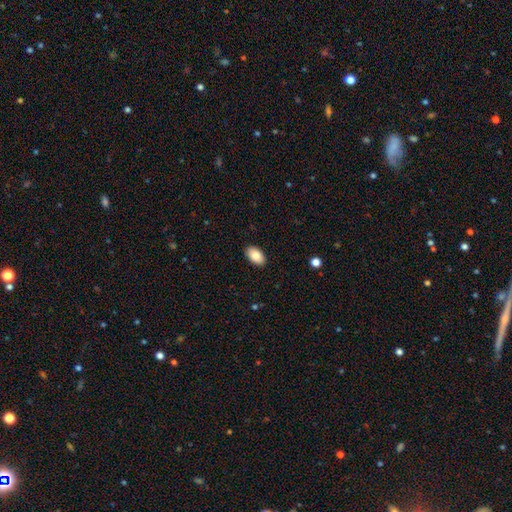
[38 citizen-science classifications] Smooth or featured? smooth (82%)
How rounded? in between (97%)
Merging? none (80%)